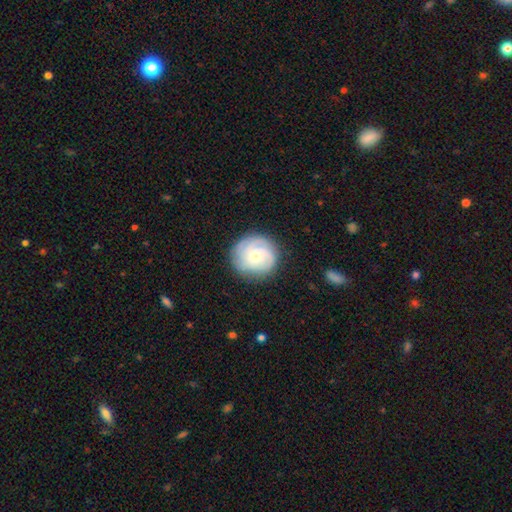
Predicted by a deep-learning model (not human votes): This appears to be a featured or disk galaxy (66%) with no bar (77%), 3 (33%) tight (65%) spiral arms (94%) and a small central bulge (65%). Merging: none (82%).